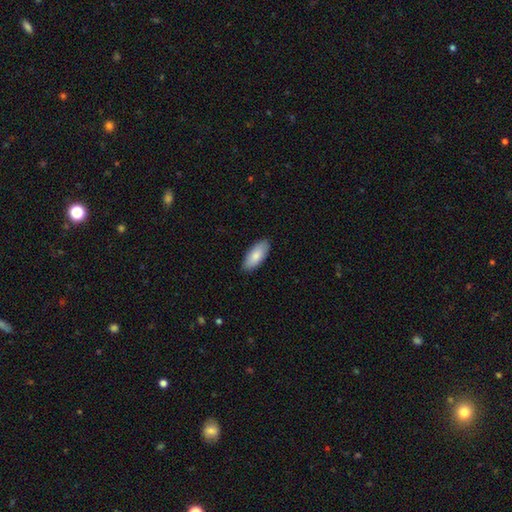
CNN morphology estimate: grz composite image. It shows a smooth galaxy with no disk features (84%) that is in between round and cigar-shaped (88%). Merging: none (88%).